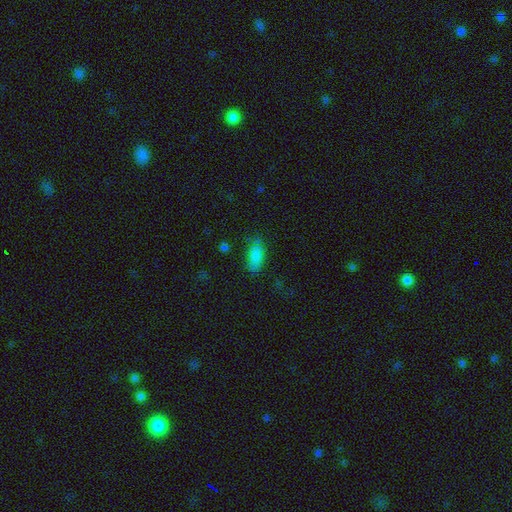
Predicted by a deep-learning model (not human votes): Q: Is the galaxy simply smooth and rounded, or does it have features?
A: smooth — 84%.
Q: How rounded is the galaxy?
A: in between — 89%.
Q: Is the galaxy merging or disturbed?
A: none — 73%.